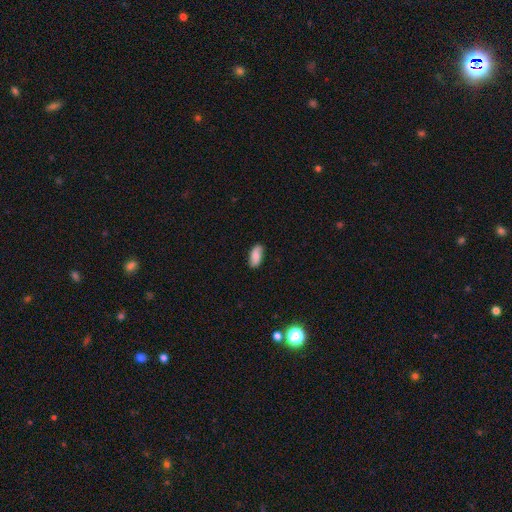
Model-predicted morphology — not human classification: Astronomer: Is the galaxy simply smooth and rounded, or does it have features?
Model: smooth — 79%.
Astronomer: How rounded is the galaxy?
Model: in between — 89%.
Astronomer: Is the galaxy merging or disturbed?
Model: none — 83%.